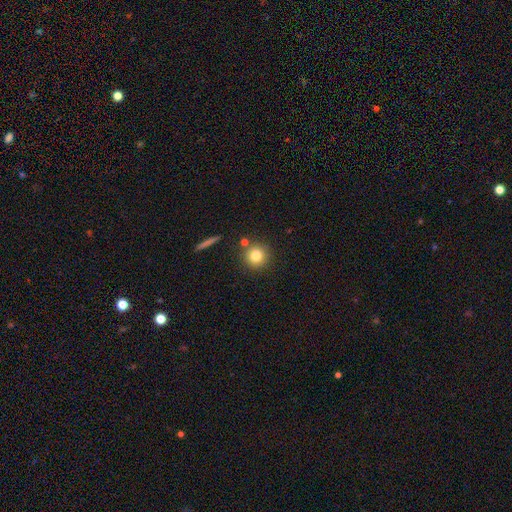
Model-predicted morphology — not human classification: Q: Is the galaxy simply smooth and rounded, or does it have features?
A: smooth — 80%.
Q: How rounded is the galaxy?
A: round — 94%.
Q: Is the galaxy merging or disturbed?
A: none — 81%.